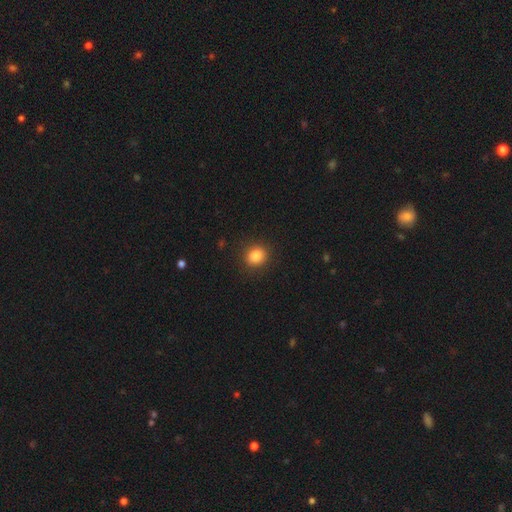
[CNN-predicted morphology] Q: Smooth or featured?
A: smooth (86%); runner-up: star or artifact (10%)
Q: How rounded?
A: round (76%); runner-up: in between (23%)
Q: Merging?
A: none (89%); runner-up: minor disturbance (7%)